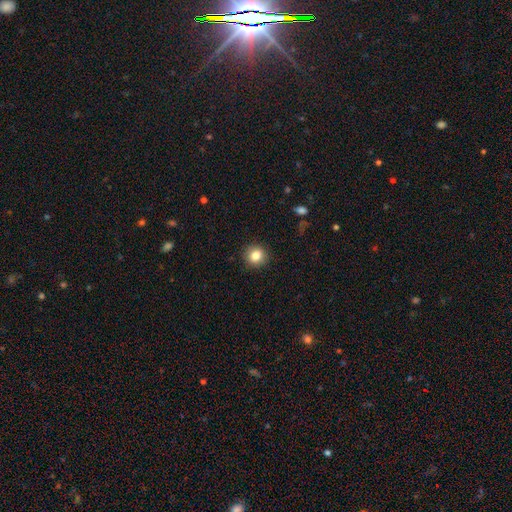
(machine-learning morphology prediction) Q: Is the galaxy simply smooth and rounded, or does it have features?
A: smooth — 83%.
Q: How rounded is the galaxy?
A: round — 91%.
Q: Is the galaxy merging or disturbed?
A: none — 91%.